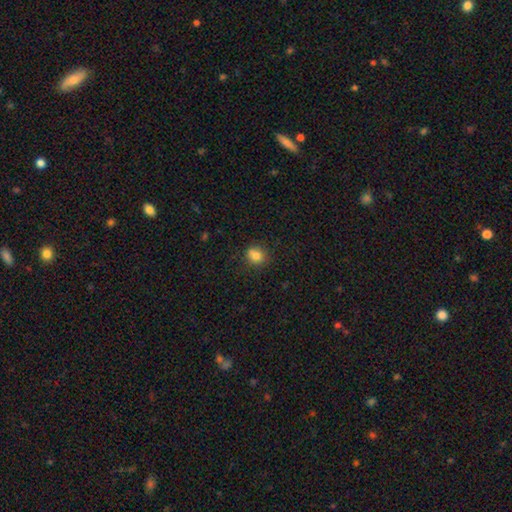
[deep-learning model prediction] Morphology: type=smooth (79%); roundness=round (72%); merging=none (66%).